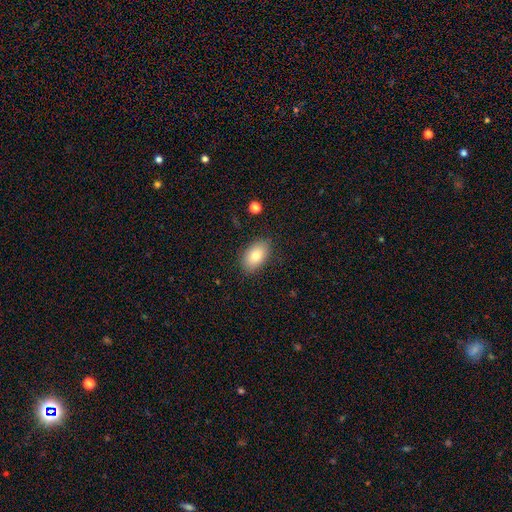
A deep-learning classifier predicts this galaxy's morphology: The model was most divided on "smooth or featured": smooth: 81%, featured or disk: 12%, star or artifact: 8%. More confident: how rounded — in between (92%); merging — none (85%).